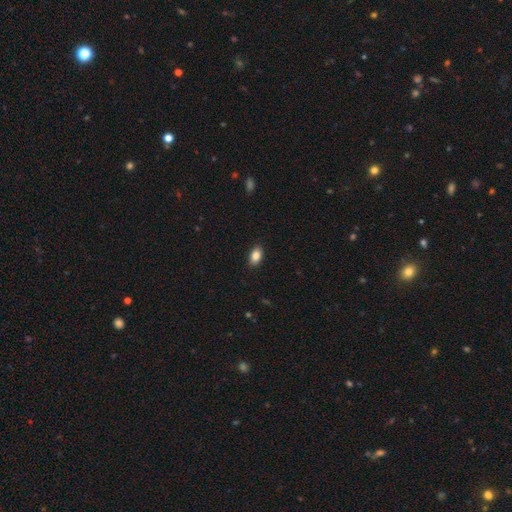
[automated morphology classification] smooth 86%, star or artifact 8%, featured or disk 6%. Down the decision tree: how rounded — in between (90%); merging — none (89%).